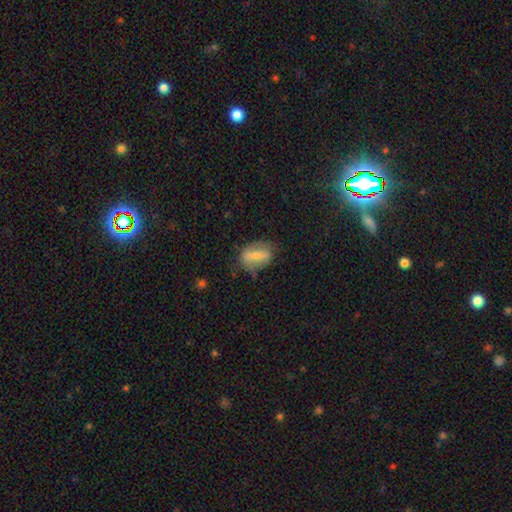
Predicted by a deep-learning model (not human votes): Q: Smooth or featured?
A: smooth (54%); runner-up: featured or disk (39%)
Q: How rounded?
A: in between (79%); runner-up: round (14%)
Q: Merging?
A: none (63%); runner-up: minor disturbance (24%)